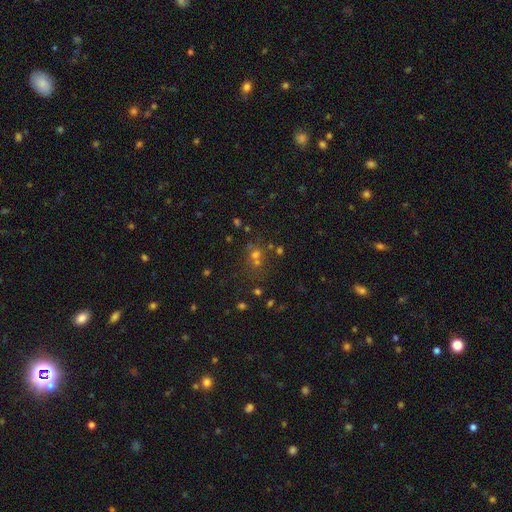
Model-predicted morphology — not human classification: Smooth or featured: smooth — 42% (tied with star or artifact — 42%)
Merging: none — 53% (merger — 32%)